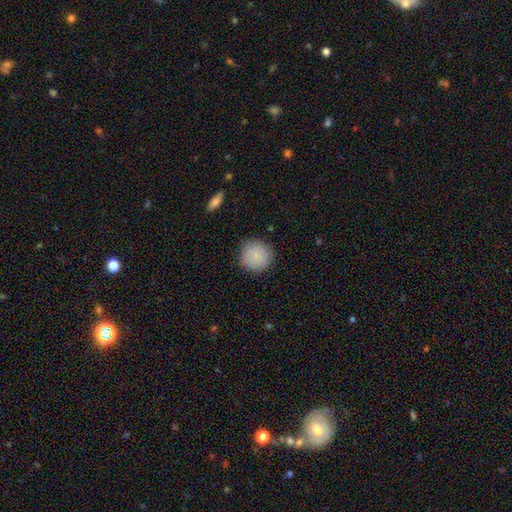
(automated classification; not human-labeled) Smooth or featured? smooth (86%)
How rounded? round (94%)
Merging? none (86%)